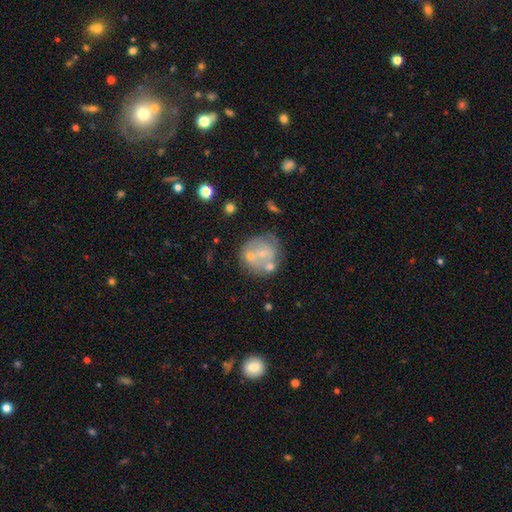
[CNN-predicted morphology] Smooth or featured? featured or disk (54%)
Edge-on disk? no (97%)
Bar? no (75%)
Spiral arms? no (69%)
Bulge size? small (62%)
Merging? none (45%)